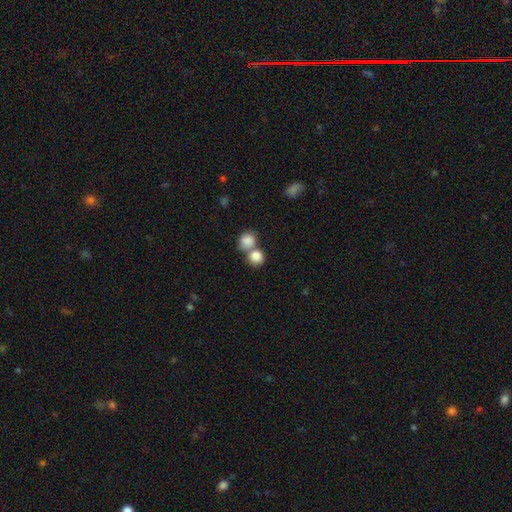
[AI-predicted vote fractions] smooth_or_featured: smooth (p=0.84) [alt: star or artifact p=0.08]
how_rounded: round (p=0.80) [alt: in between p=0.19]
merging: merger (p=0.52) [alt: none p=0.38]